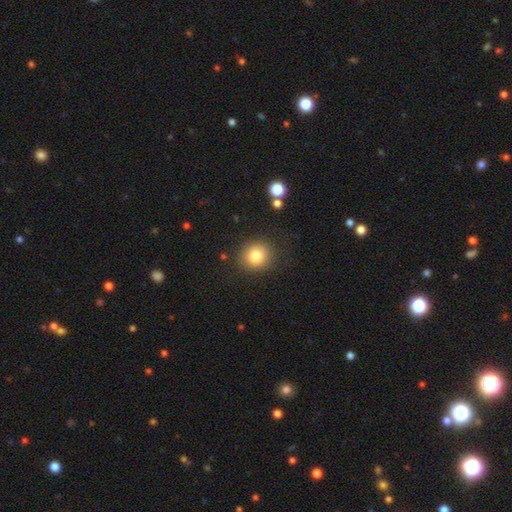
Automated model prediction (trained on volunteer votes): Smooth or featured?
  - smooth: 81% *
  - star or artifact: 11%
  - featured or disk: 8%
How rounded?
  - round: 87% *
  - in between: 12%
  - cigar-shaped: 1%
Merging?
  - none: 87% *
  - minor disturbance: 8%
  - major disturbance: 3%
  - merger: 2%